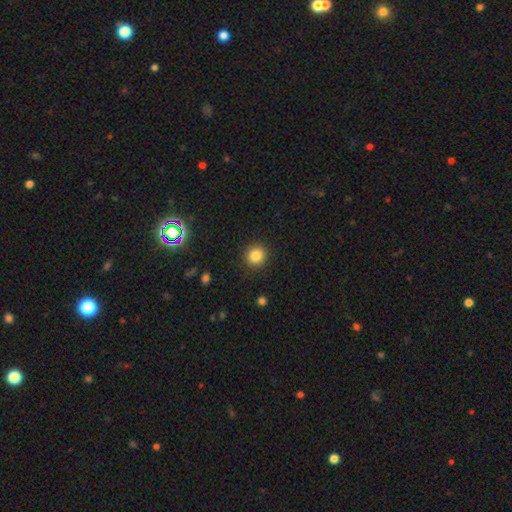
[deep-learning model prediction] A smooth galaxy with no disk features (84%) that is round (92%). Merging: none (91%).